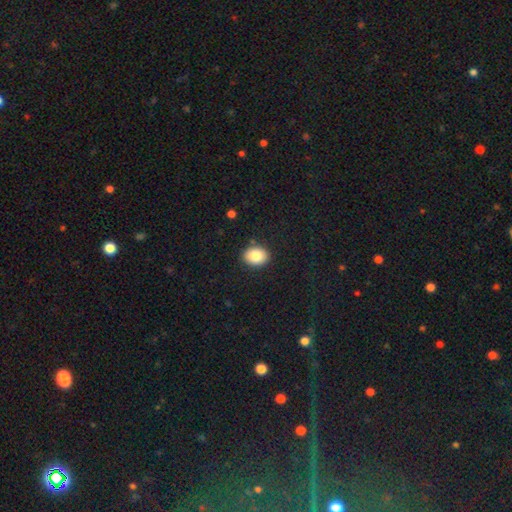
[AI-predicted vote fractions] Smooth or featured? smooth (84%)
How rounded? in between (56%)
Merging? none (89%)